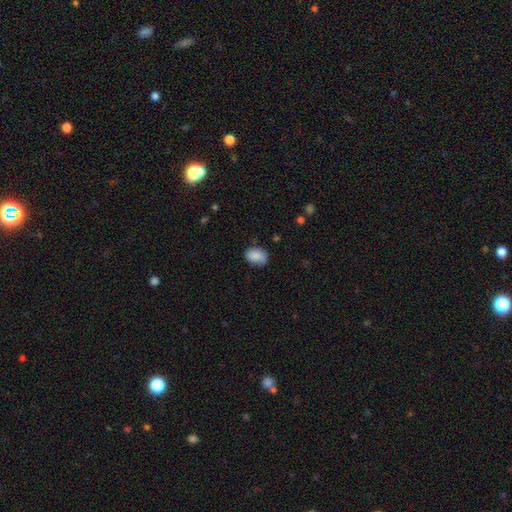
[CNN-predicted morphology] A smooth galaxy with no disk features (84%) that is in between round and cigar-shaped (75%). Merging: none (70%).